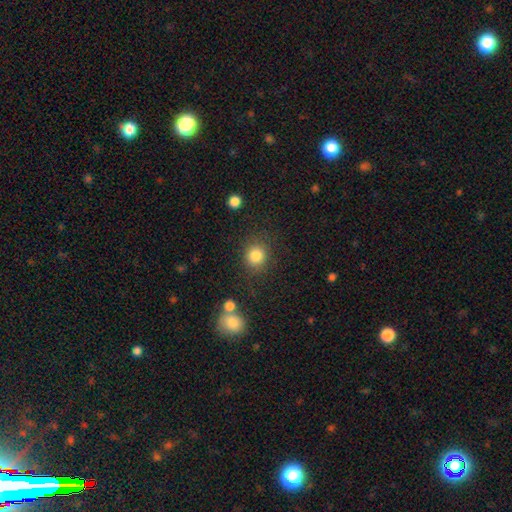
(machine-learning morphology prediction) The model was most divided on "how rounded": round: 85%, in between: 14%, cigar-shaped: 1%. More confident: smooth or featured — smooth (84%); merging — none (83%).